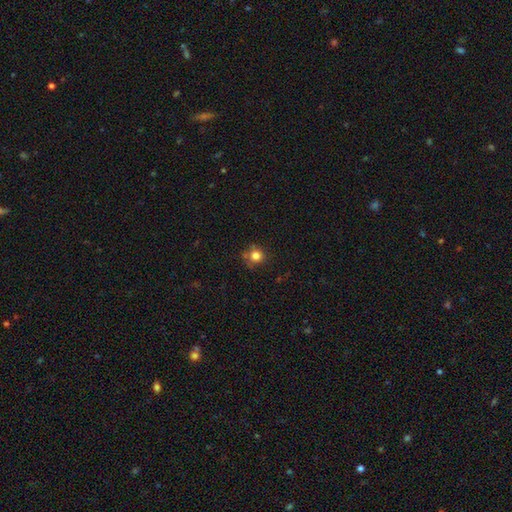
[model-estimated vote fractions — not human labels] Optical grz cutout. It shows a smooth galaxy with no disk features (80%) that is round (91%). Merging: none (72%).